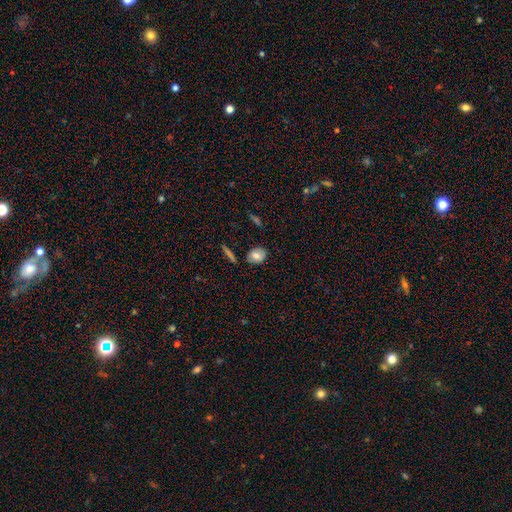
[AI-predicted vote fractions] Morphology: type=smooth (78%); roundness=in between (63%); merging=none (81%).